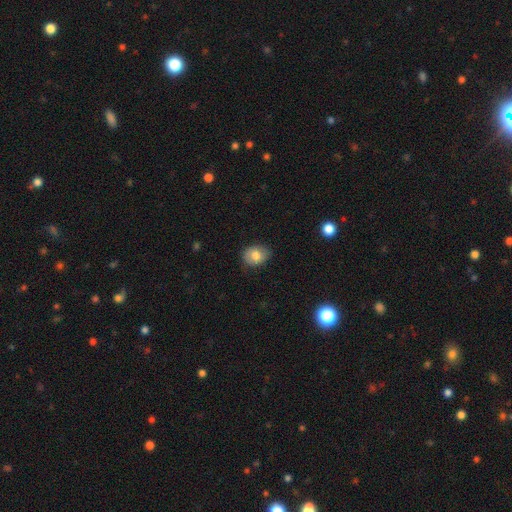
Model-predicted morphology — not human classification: Smooth or featured: smooth — 76% (featured or disk — 16%)
How rounded: in between — 54% (round — 45%)
Merging: none — 77% (minor disturbance — 18%)